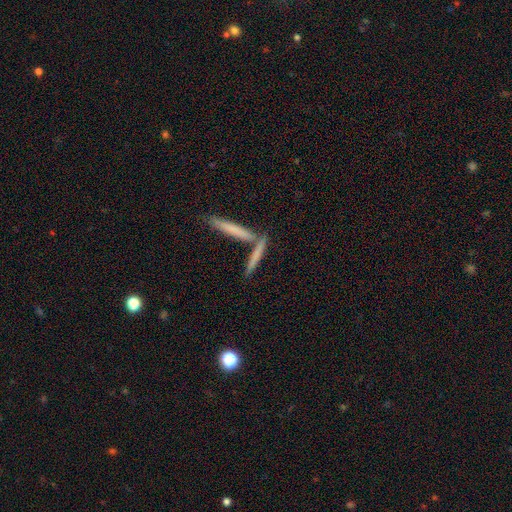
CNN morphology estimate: Overall: smooth (64%; featured or disk 29%). How rounded: cigar-shaped (91%). Merging: none (66%).